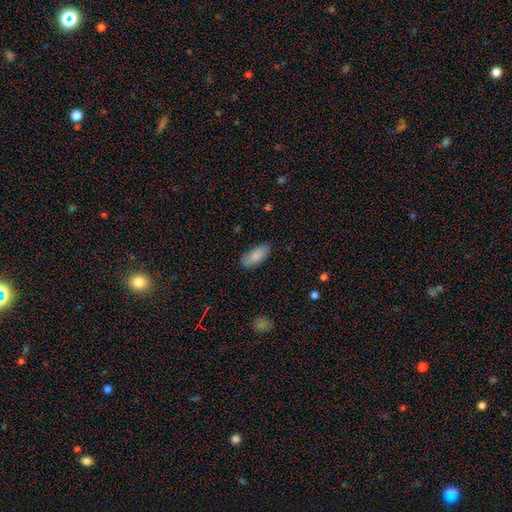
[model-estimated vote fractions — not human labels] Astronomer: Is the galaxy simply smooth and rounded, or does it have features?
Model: smooth — 84%.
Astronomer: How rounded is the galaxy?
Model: in between — 89%.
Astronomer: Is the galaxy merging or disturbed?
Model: none — 73%.